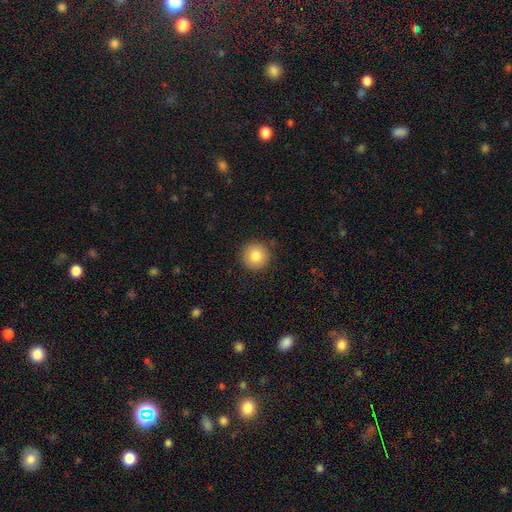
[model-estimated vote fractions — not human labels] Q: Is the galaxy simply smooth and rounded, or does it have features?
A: smooth — 84%.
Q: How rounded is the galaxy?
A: round — 95%.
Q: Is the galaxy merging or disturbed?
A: none — 90%.